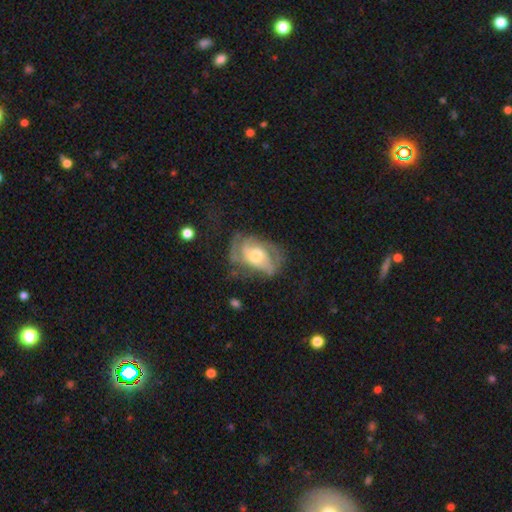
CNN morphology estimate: Smooth or featured? featured or disk (70%)
Edge-on disk? no (95%)
Bar? no (65%)
Spiral arms? yes (77%)
Spiral winding? medium (40%)
Spiral arm count? can't tell (39%)
Bulge size? moderate (65%)
Merging? none (45%)